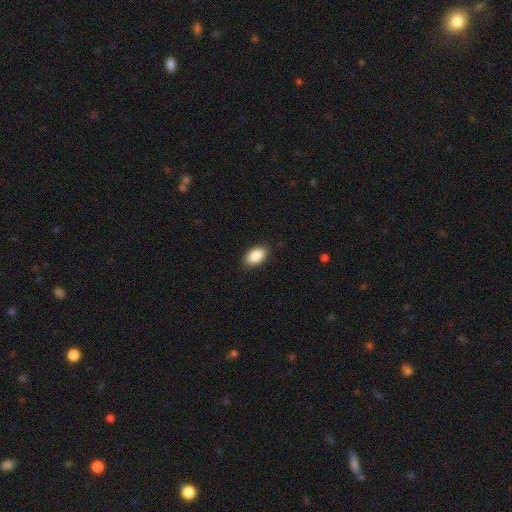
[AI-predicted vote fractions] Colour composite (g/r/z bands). It shows a smooth galaxy with no disk features (88%) that is in between round and cigar-shaped (93%). Merging: none (88%).